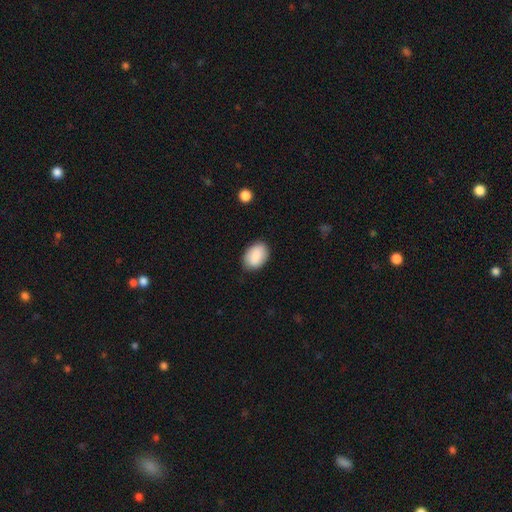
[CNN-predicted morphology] Smooth or featured? smooth (86%)
How rounded? in between (85%)
Merging? none (82%)